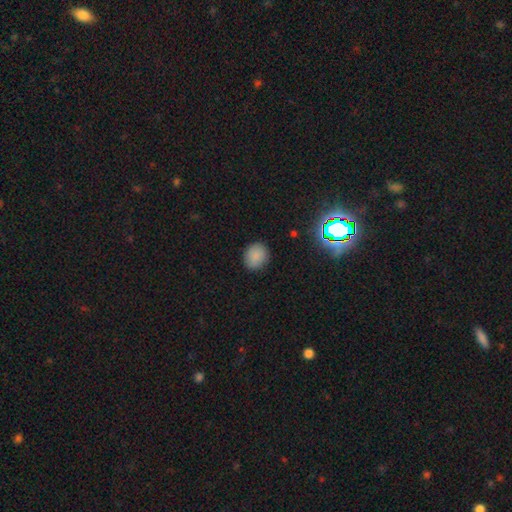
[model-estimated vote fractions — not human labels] A smooth galaxy with no disk features (84%) that is round (77%).

Vote fractions:
- Smooth or featured? smooth: 84% / star or artifact: 12% / featured or disk: 4%
- How rounded? round: 77% / in between: 22% / cigar-shaped: 1%
- Merging? none: 88% / minor disturbance: 8% / major disturbance: 2% / merger: 1%